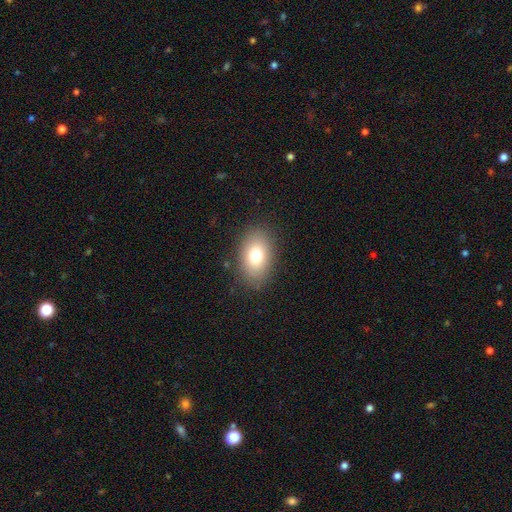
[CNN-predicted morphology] Smooth or featured?
  - smooth: 76% *
  - featured or disk: 14%
  - star or artifact: 10%
How rounded?
  - in between: 86% *
  - round: 13%
  - cigar-shaped: 1%
Merging?
  - none: 85% *
  - minor disturbance: 10%
  - major disturbance: 4%
  - merger: 1%